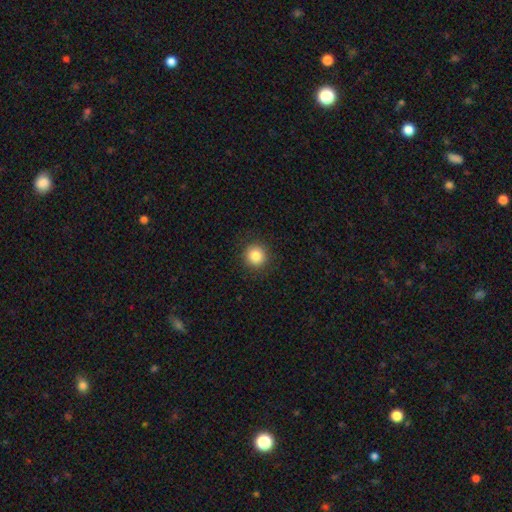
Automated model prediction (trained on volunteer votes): Q: Smooth or featured?
A: smooth (84%); runner-up: star or artifact (10%)
Q: How rounded?
A: round (94%); runner-up: in between (5%)
Q: Merging?
A: none (91%); runner-up: minor disturbance (6%)